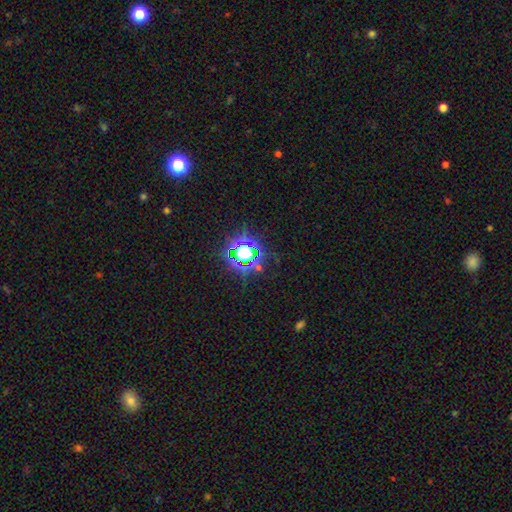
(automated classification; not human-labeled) A star or artifact, not a galaxy (79%).

Vote fractions:
- Smooth or featured? star or artifact: 79% / smooth: 14% / featured or disk: 7%